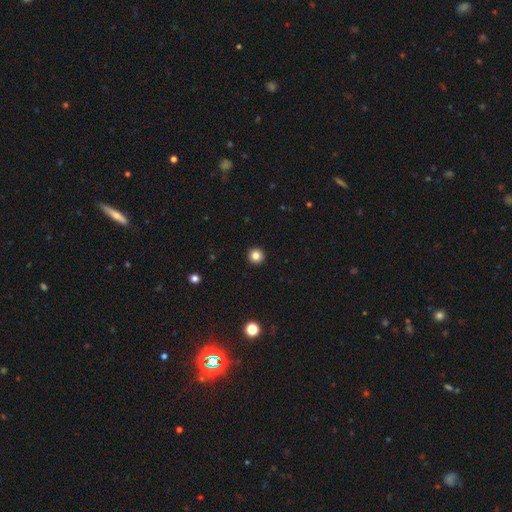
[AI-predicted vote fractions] smooth_or_featured: smooth (p=0.83) [alt: star or artifact p=0.11]
how_rounded: round (p=0.96) [alt: in between p=0.03]
merging: none (p=0.94) [alt: minor disturbance p=0.04]